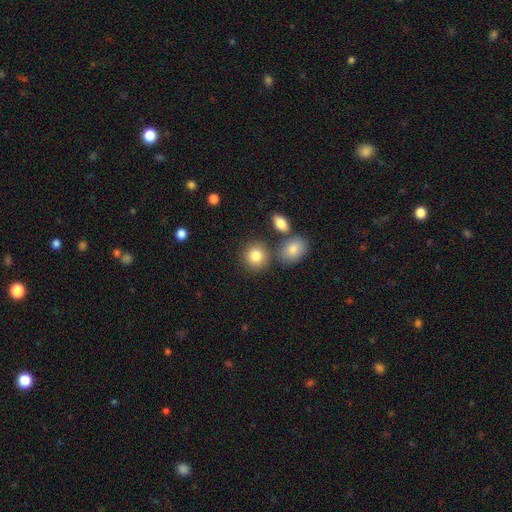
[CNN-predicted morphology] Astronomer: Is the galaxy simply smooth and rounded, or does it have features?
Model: smooth — 83%.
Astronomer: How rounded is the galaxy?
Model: round — 82%.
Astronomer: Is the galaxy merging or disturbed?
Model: none — 74%.